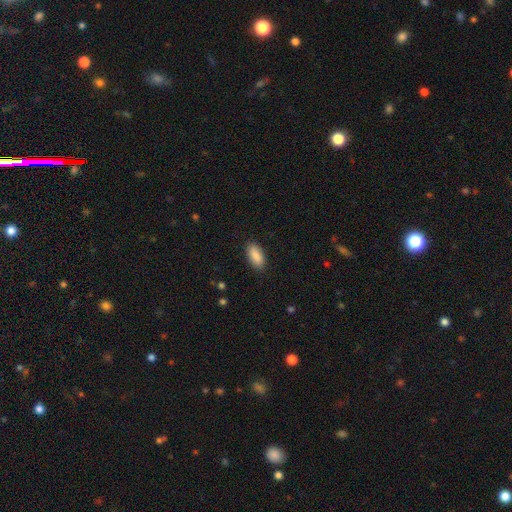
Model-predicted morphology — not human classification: smooth_or_featured: smooth (p=0.90) [alt: star or artifact p=0.06]
how_rounded: in between (p=0.88) [alt: cigar-shaped p=0.10]
merging: none (p=0.88) [alt: minor disturbance p=0.09]